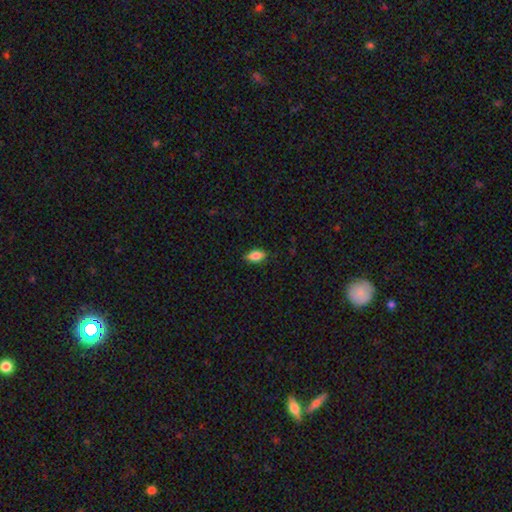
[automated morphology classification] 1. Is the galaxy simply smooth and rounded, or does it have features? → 81% smooth, 11% featured or disk, 8% star or artifact.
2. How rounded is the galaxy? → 86% in between, 9% cigar-shaped, 4% round.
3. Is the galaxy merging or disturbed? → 84% none, 13% minor disturbance, 2% major disturbance, 1% merger.